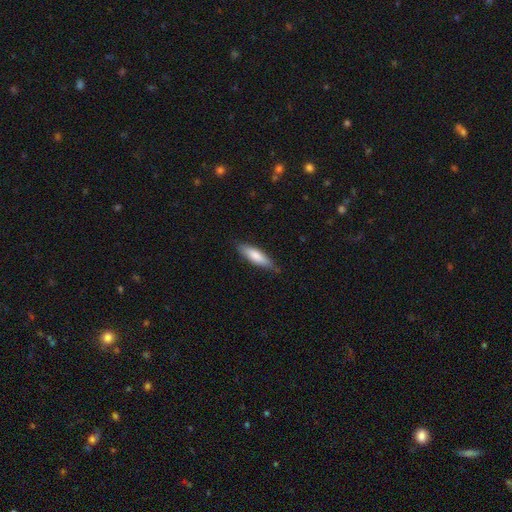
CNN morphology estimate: smooth-or-featured: smooth: 78% | featured or disk: 16% | star or artifact: 5%
  how-rounded: cigar-shaped: 57% | in between: 42% | round: 1%
  merging: none: 78% | minor disturbance: 18% | major disturbance: 3% | merger: 1%